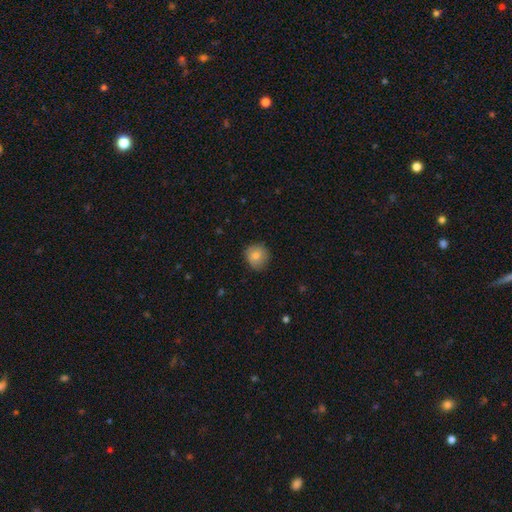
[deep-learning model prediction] Smooth or featured? smooth (81%)
How rounded? round (87%)
Merging? none (82%)